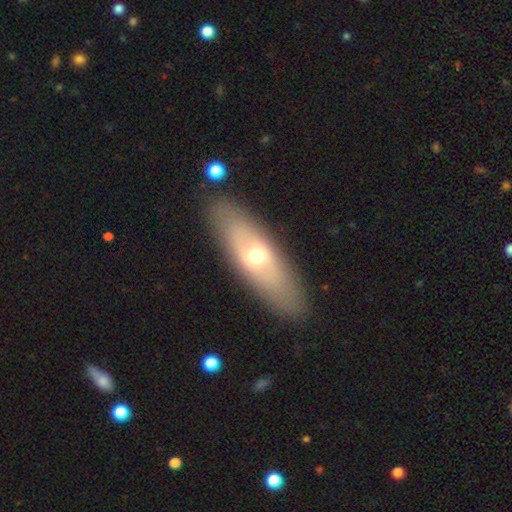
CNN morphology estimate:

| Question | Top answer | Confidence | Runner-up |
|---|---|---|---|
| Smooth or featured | smooth | 47% | featured or disk (46%) |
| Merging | none | 87% | minor disturbance (9%) |